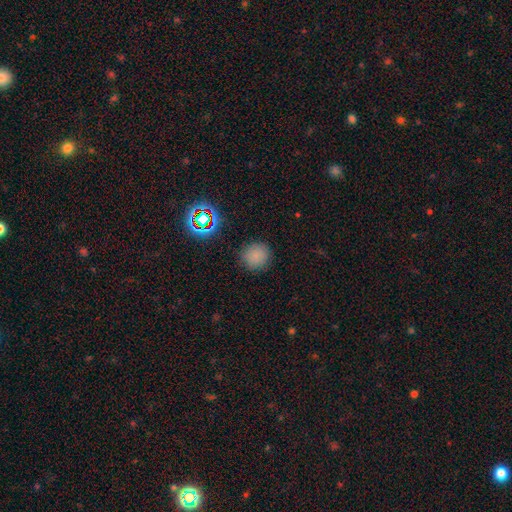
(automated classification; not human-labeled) Smooth or featured?
  - smooth: 77% *
  - star or artifact: 17%
  - featured or disk: 5%
How rounded?
  - round: 89% *
  - in between: 10%
  - cigar-shaped: 1%
Merging?
  - none: 88% *
  - minor disturbance: 8%
  - major disturbance: 3%
  - merger: 1%